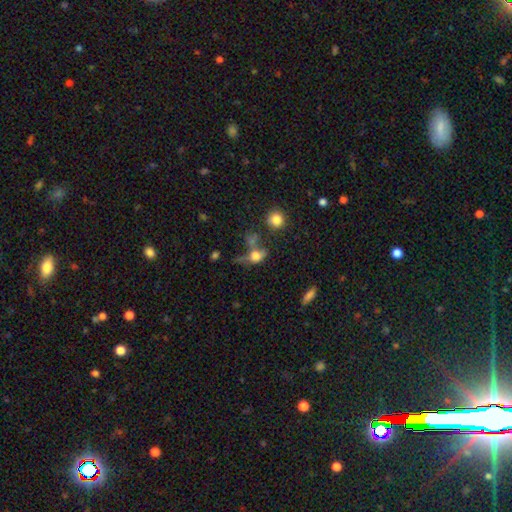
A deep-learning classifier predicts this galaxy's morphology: A smooth galaxy with no disk features (62%) that is in between round and cigar-shaped (51%). Merging: none (34%).